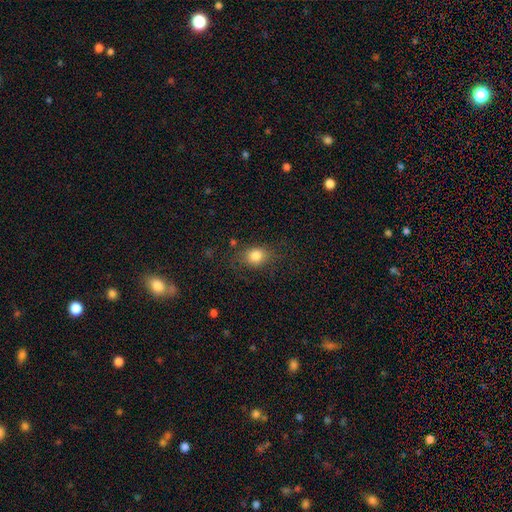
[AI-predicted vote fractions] Smooth or featured? smooth (82%)
How rounded? round (55%)
Merging? none (73%)